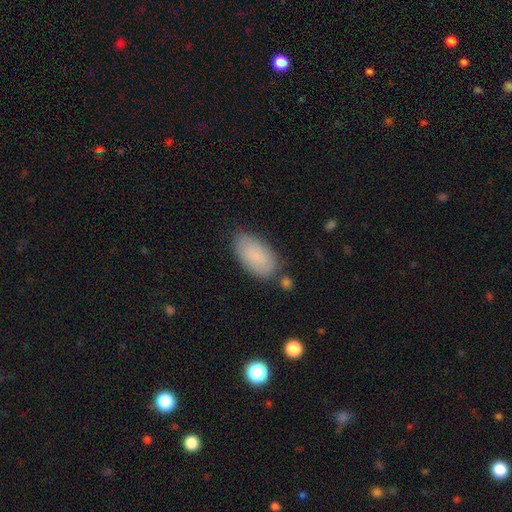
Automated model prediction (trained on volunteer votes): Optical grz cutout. It shows a smooth galaxy with no disk features (84%) that is in between round and cigar-shaped (94%). Merging: none (78%).